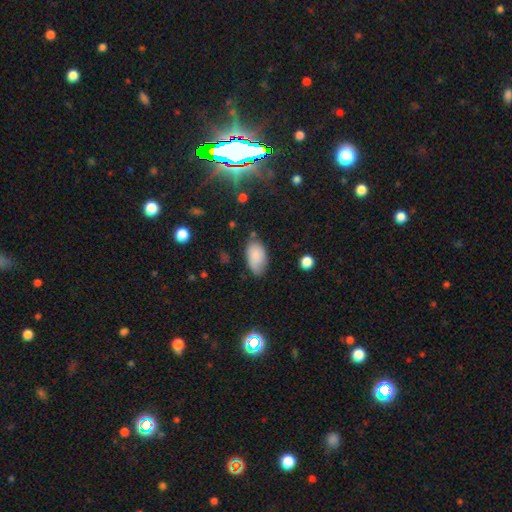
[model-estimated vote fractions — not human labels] The model was most divided on "merging": none: 69%, minor disturbance: 23%, major disturbance: 5%, merger: 3%. More confident: how rounded — in between (94%); smooth or featured — smooth (84%).